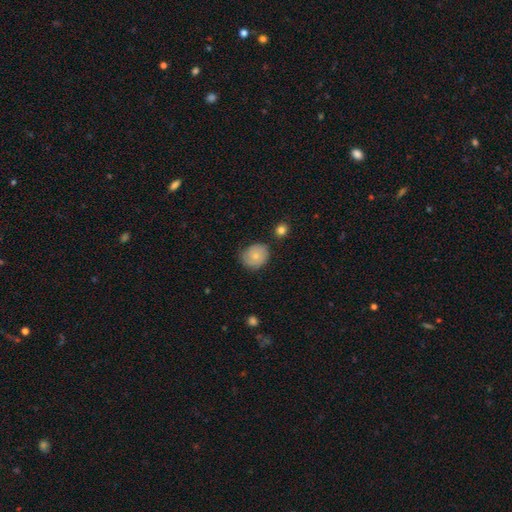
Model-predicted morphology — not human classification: Smooth or featured? Predicted: smooth (p=0.63). How rounded? Predicted: round (p=0.69). Merging? Predicted: none (p=0.69).